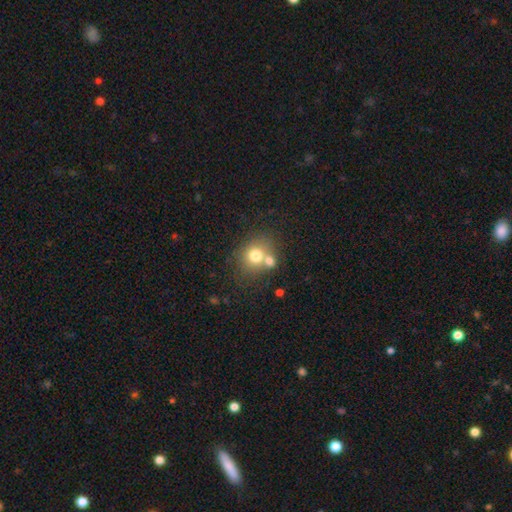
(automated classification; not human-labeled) Smooth or featured: smooth — 72% (featured or disk — 16%)
How rounded: round — 73% (in between — 26%)
Merging: none — 47% (merger — 39%)